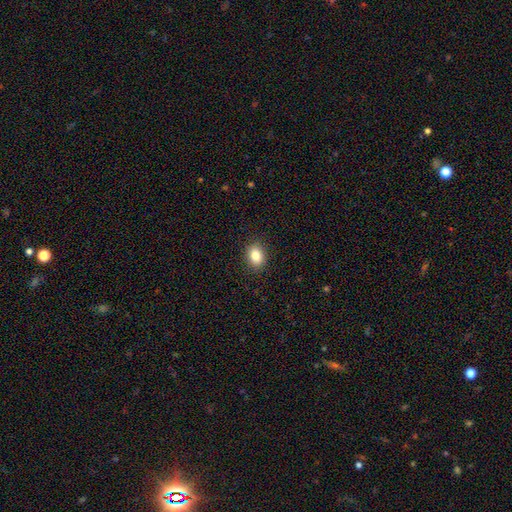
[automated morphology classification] Smooth or featured: smooth — 84% (star or artifact — 10%)
How rounded: in between — 64% (round — 35%)
Merging: none — 89% (minor disturbance — 8%)